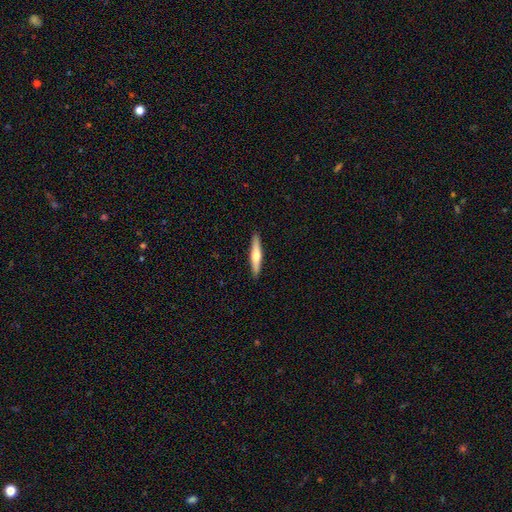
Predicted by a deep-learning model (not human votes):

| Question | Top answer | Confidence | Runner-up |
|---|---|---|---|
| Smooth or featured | featured or disk | 51% | smooth (44%) |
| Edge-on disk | yes | 95% | no (5%) |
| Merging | none | 91% | minor disturbance (6%) |